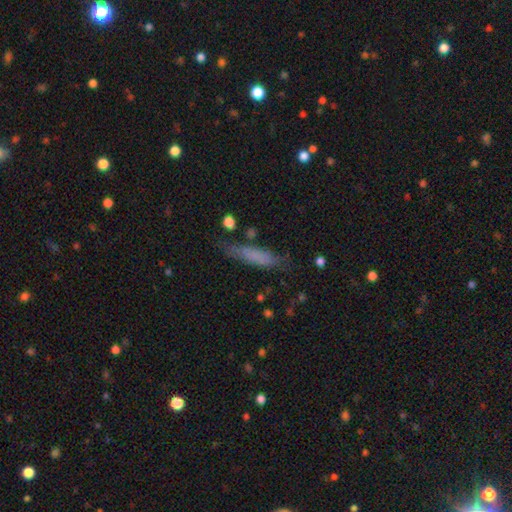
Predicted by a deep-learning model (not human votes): Smooth or featured: smooth — 70% (featured or disk — 21%)
How rounded: cigar-shaped — 80% (in between — 18%)
Merging: none — 68% (minor disturbance — 21%)